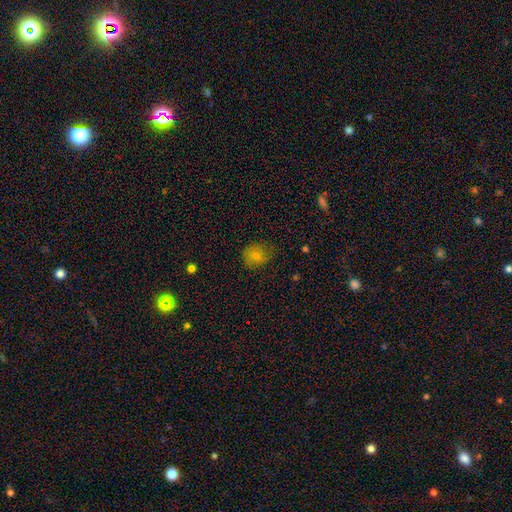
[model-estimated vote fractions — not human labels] Q: Smooth or featured?
A: smooth (75%); runner-up: featured or disk (14%)
Q: How rounded?
A: round (68%); runner-up: in between (31%)
Q: Merging?
A: none (67%); runner-up: minor disturbance (25%)